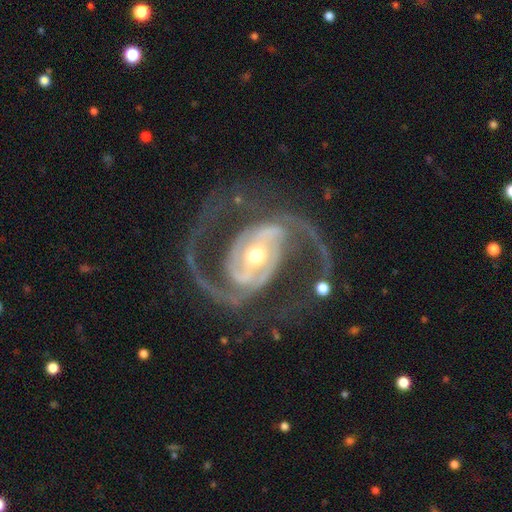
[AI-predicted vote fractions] The model was most divided on "bar": strong: 44%, weak: 34%, no: 22%. More confident: spiral arms — yes (98%); edge-on disk — no (98%); smooth or featured — featured or disk (94%); spiral arm count — 2 (91%); merging — none (73%); spiral winding — medium (62%); bulge size — moderate (62%).